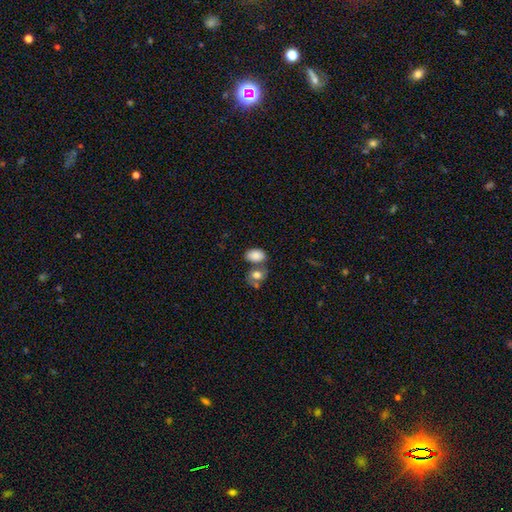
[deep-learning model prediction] This appears to be a smooth galaxy with no disk features (84%) that is in between round and cigar-shaped (86%). Merging: none (52%).